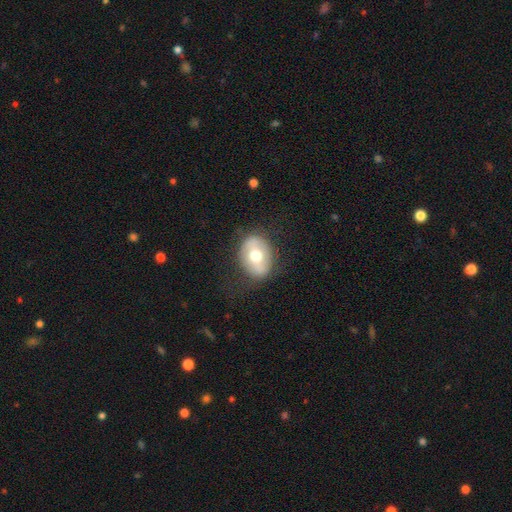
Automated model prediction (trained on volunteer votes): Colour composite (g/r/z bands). It shows a smooth galaxy with no disk features (57%) that is in between round and cigar-shaped (59%). Merging: none (77%).